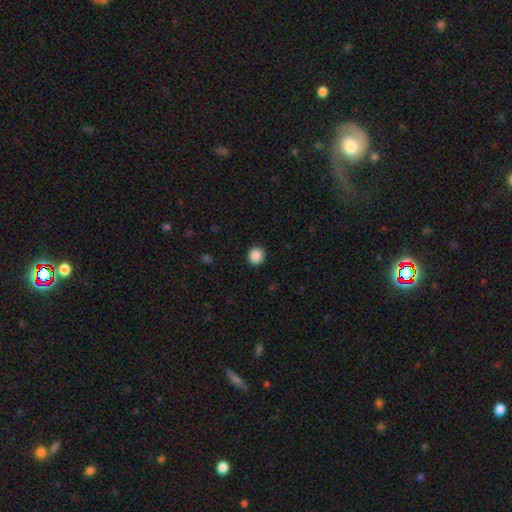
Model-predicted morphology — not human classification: type=smooth (89%); roundness=round (91%); merging=none (92%).